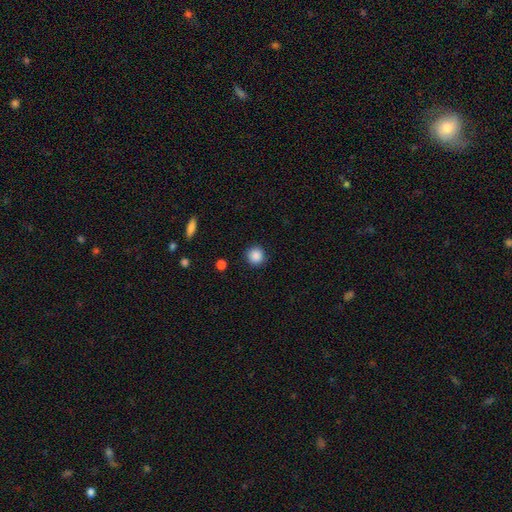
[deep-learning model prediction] smooth_or_featured: smooth (p=0.88) [alt: star or artifact p=0.09]
how_rounded: round (p=0.94) [alt: in between p=0.05]
merging: none (p=0.90) [alt: minor disturbance p=0.06]